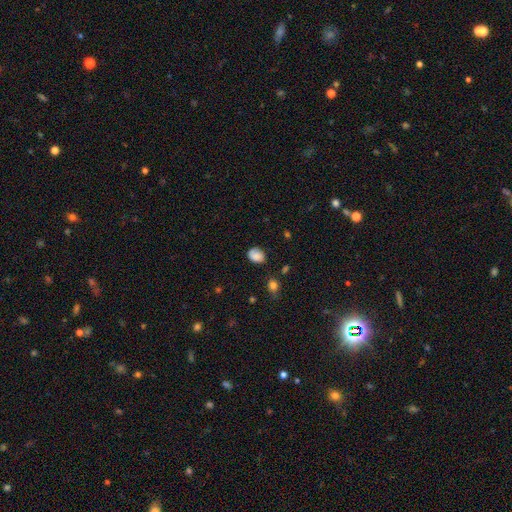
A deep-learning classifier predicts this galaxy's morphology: Smooth or featured? Predicted: smooth (p=0.81). How rounded? Predicted: in between (p=0.64). Merging? Predicted: none (p=0.67).